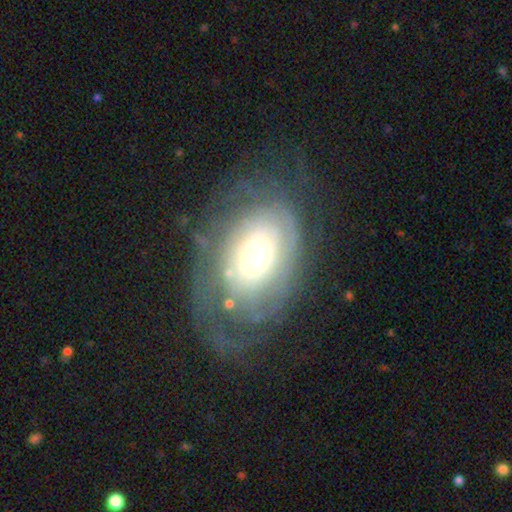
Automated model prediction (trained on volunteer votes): This appears to be a featured or disk galaxy (68%) with no bar (78%), spiral arms (76%) and a moderate central bulge (49%). Merging: none (52%).